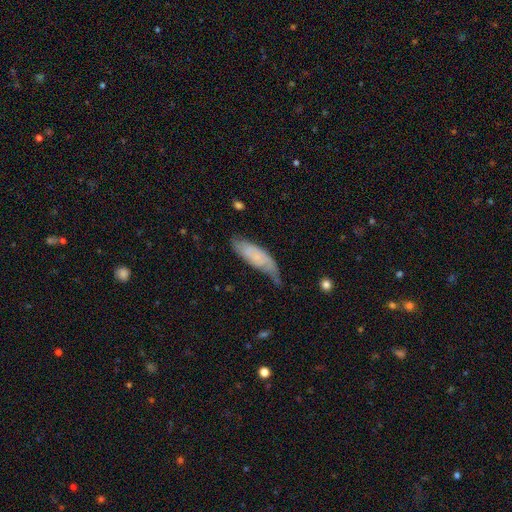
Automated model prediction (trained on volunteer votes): A smooth galaxy with no disk features (47%).

Vote fractions:
- Smooth or featured? smooth: 47% / featured or disk: 45% / star or artifact: 7%
- Merging? none: 43% / minor disturbance: 38% / major disturbance: 16% / merger: 3%